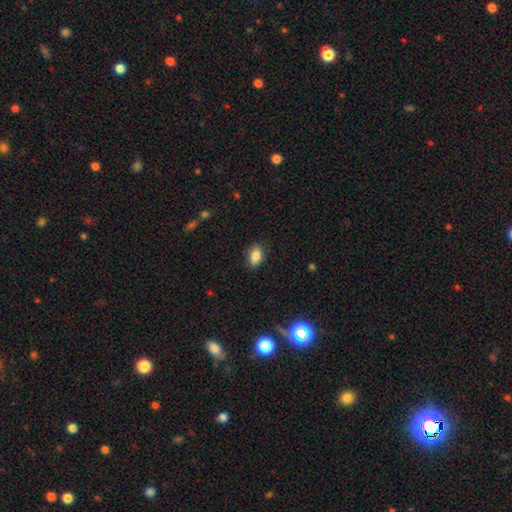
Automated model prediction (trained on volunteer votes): smooth_or_featured: smooth (p=0.83) [alt: star or artifact p=0.09]
how_rounded: in between (p=0.87) [alt: round p=0.10]
merging: none (p=0.82) [alt: minor disturbance p=0.14]